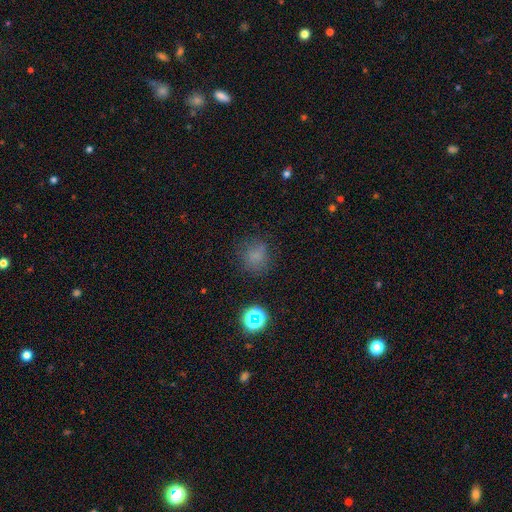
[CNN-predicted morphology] Q: Smooth or featured?
A: smooth (69%); runner-up: star or artifact (22%)
Q: How rounded?
A: round (81%); runner-up: in between (18%)
Q: Merging?
A: none (75%); runner-up: minor disturbance (16%)